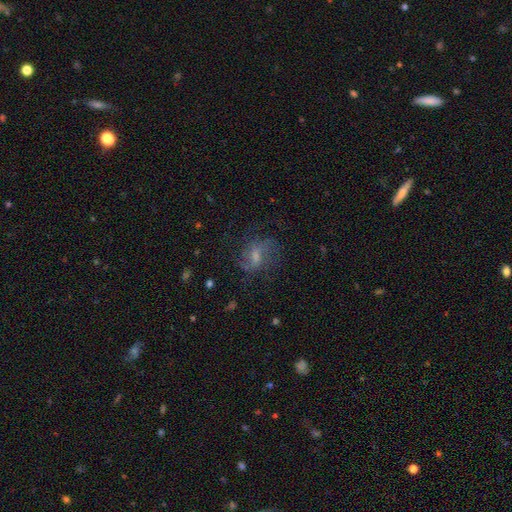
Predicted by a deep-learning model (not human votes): Morphology: type=featured or disk (58%); edge-on=no (96%); bar=weak (53%); spiral arms=yes (81%); bulge=moderate (41%); merging=none (61%).